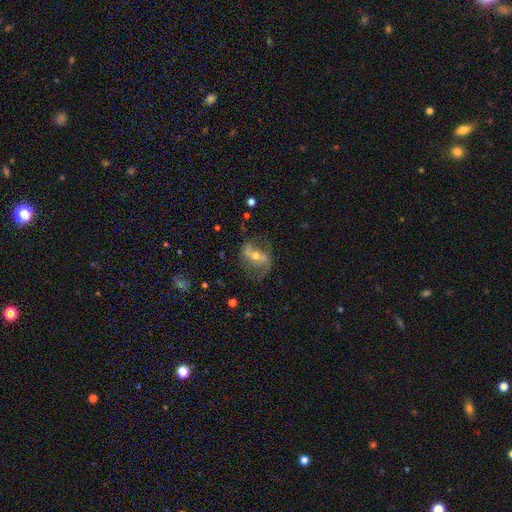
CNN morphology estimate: smooth-or-featured: featured or disk: 80% | smooth: 12% | star or artifact: 8%
  disk-edge-on: no: 95% | yes: 5%
    bar: weak: 39% | strong: 38% | no: 24%
    has-spiral-arms: yes: 90% | no: 10%
      spiral-winding: loose: 52% | medium: 37% | tight: 11%
      spiral-arm-count: 2: 87% | can't tell: 5% | 1: 4% | 3: 1% | 4: 1% | more than 4: 1%
    bulge-size: moderate: 64% | small: 29% | large: 4% | none: 2% | dominant: 1%
  merging: none: 66% | minor disturbance: 18% | major disturbance: 13% | merger: 3%